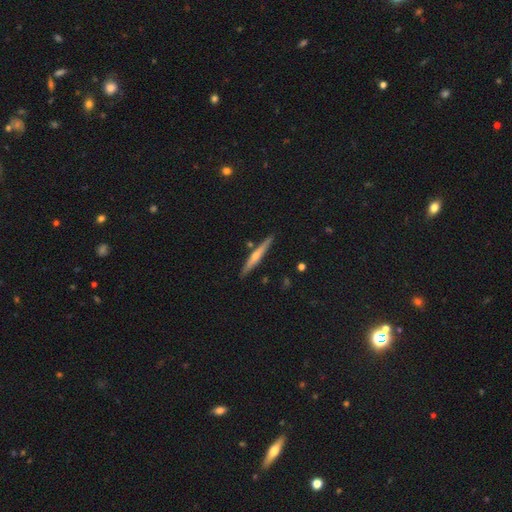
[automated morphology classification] type=featured or disk (59%); edge-on=yes (96%); edge-on bulge=rounded (77%); merging=none (87%).